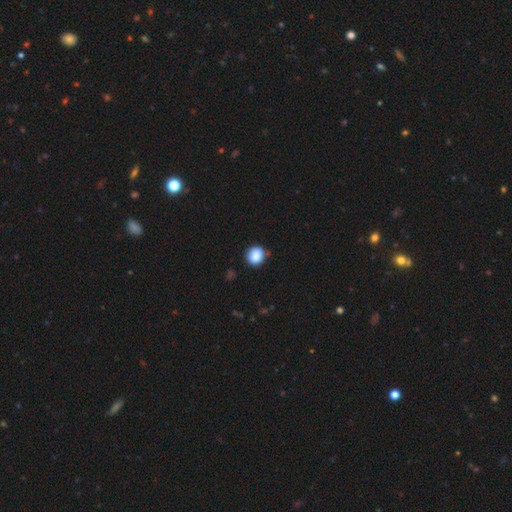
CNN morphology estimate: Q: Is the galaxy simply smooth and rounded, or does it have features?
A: smooth — 88%.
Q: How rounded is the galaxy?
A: round — 79%.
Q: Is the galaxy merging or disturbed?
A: none — 83%.